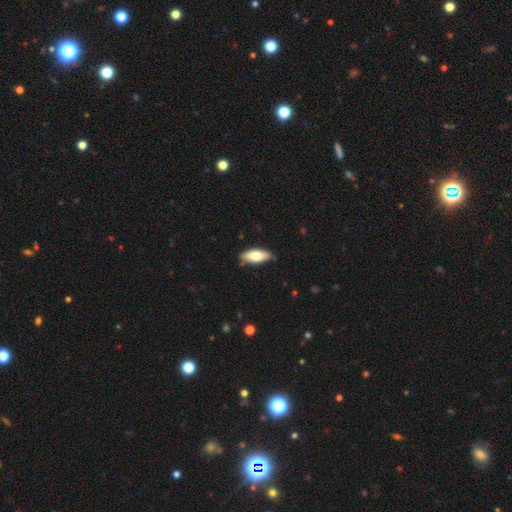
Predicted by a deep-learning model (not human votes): Smooth or featured?
  - smooth: 68% *
  - featured or disk: 26%
  - star or artifact: 5%
How rounded?
  - in between: 79% *
  - cigar-shaped: 19%
  - round: 2%
Merging?
  - none: 83% *
  - minor disturbance: 14%
  - major disturbance: 2%
  - merger: 1%